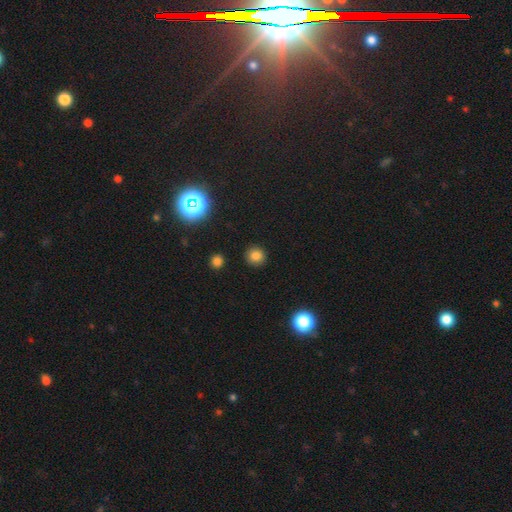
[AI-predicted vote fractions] The model was most divided on "smooth or featured": smooth: 80%, star or artifact: 15%, featured or disk: 5%. More confident: how rounded — round (92%); merging — none (91%).